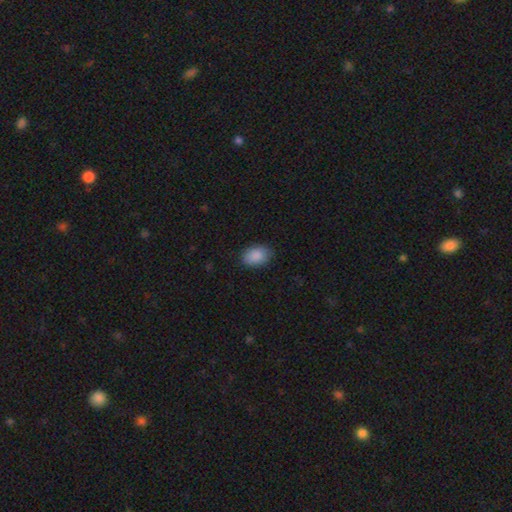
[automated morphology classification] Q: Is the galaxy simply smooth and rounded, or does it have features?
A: smooth — 89%.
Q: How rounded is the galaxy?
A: in between — 84%.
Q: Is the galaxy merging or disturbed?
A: none — 81%.